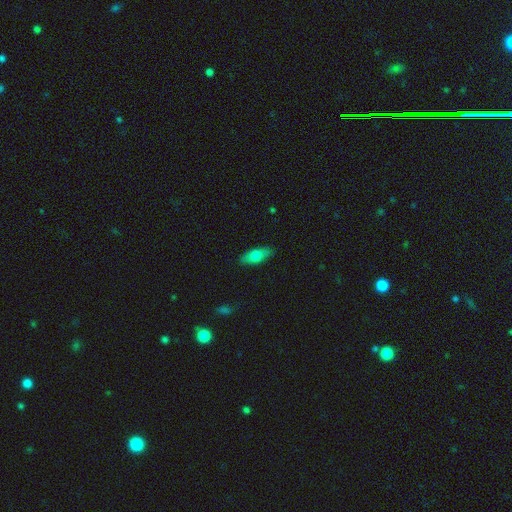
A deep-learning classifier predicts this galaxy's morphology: A smooth galaxy with no disk features (69%) that is in between round and cigar-shaped (78%). Merging: none (86%).